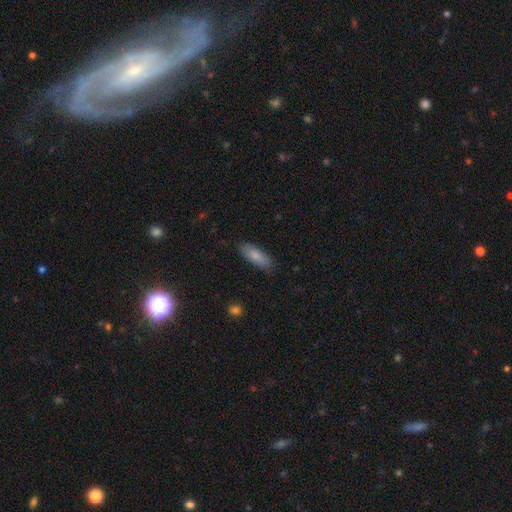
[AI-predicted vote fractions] Smooth or featured: smooth — 83% (featured or disk — 10%)
How rounded: in between — 70% (cigar-shaped — 29%)
Merging: none — 84% (minor disturbance — 12%)